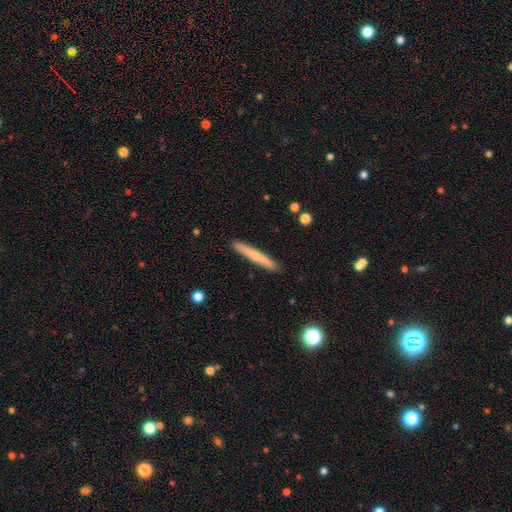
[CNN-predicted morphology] type=smooth (61%); roundness=cigar-shaped (96%); merging=none (91%).